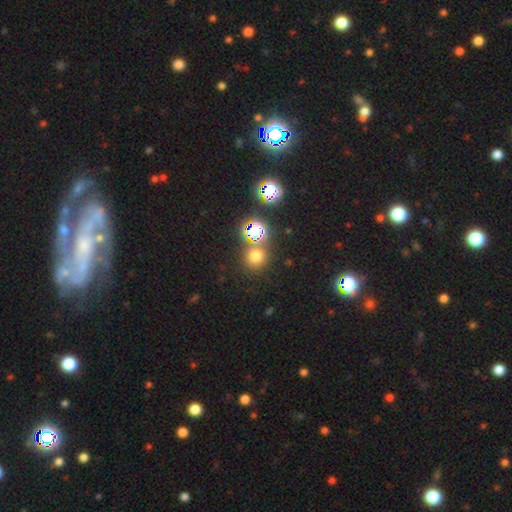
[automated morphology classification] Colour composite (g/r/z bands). It shows a smooth galaxy with no disk features (60%) that is round (90%). Merging: none (77%).